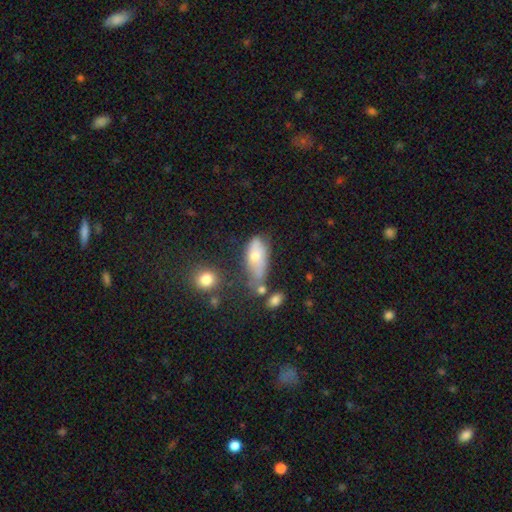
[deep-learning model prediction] Smooth or featured?
  - smooth: 68% *
  - featured or disk: 23%
  - star or artifact: 9%
How rounded?
  - in between: 84% *
  - cigar-shaped: 10%
  - round: 6%
Merging?
  - none: 30% *
  - minor disturbance: 29%
  - major disturbance: 23%
  - merger: 18%